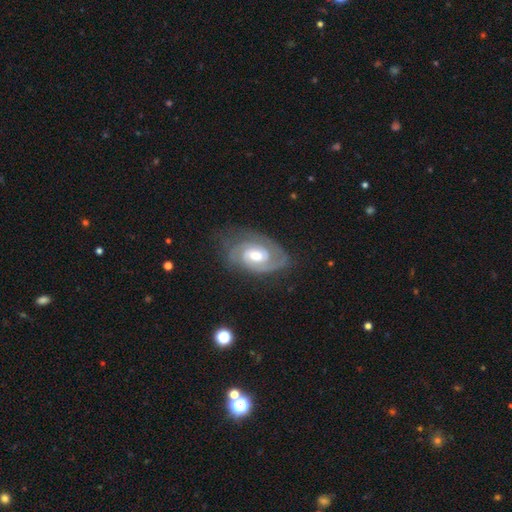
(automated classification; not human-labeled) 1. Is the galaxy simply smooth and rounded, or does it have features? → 88% featured or disk, 7% smooth, 4% star or artifact.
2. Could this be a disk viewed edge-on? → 97% no, 3% yes.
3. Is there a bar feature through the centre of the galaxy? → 46% weak, 41% no, 13% strong.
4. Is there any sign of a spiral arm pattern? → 97% yes, 3% no.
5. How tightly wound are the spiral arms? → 62% tight, 32% medium, 6% loose.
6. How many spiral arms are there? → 72% 2, 11% can't tell, 9% 3, 4% 1, 2% 4, 2% more than 4.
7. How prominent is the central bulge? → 65% moderate, 16% large, 15% small, 2% none, 1% dominant.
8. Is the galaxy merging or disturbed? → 73% none, 18% minor disturbance, 7% major disturbance, 1% merger.